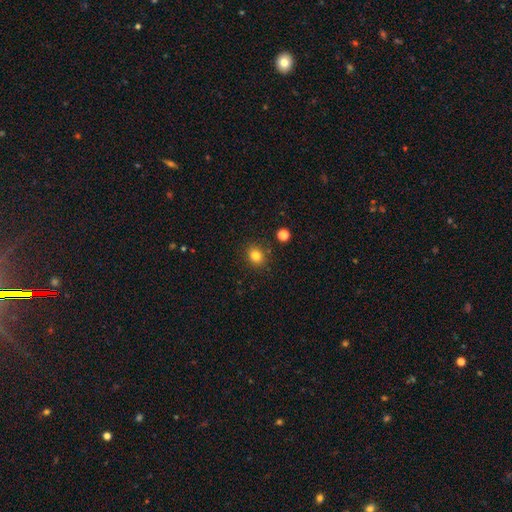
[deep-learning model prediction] A smooth galaxy with no disk features (82%) that is round (67%). Merging: none (85%).